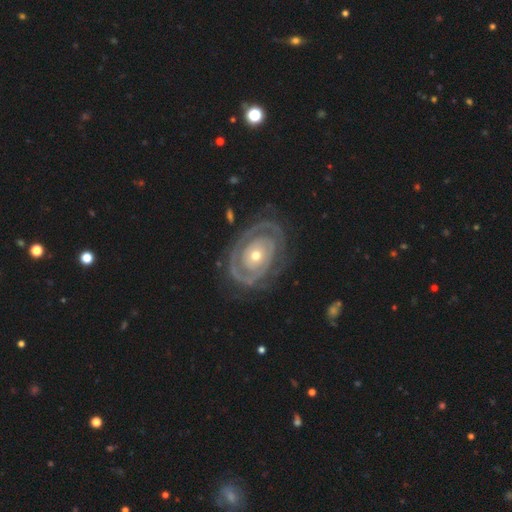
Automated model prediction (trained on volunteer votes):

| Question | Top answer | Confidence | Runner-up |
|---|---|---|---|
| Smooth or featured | featured or disk | 82% | smooth (14%) |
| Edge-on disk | no | 96% | yes (4%) |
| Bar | no | 87% | weak (9%) |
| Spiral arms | yes | 71% | no (29%) |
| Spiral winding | tight | 77% | medium (16%) |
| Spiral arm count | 2 | 35% | can't tell (29%) |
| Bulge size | moderate | 53% | small (41%) |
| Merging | none | 74% | minor disturbance (16%) |